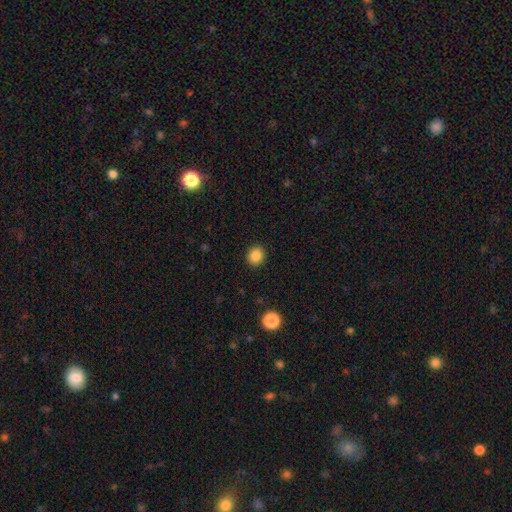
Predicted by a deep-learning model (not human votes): The model was most divided on "how rounded": round: 74%, in between: 26%, cigar-shaped: 1%. More confident: merging — none (90%); smooth or featured — smooth (86%).